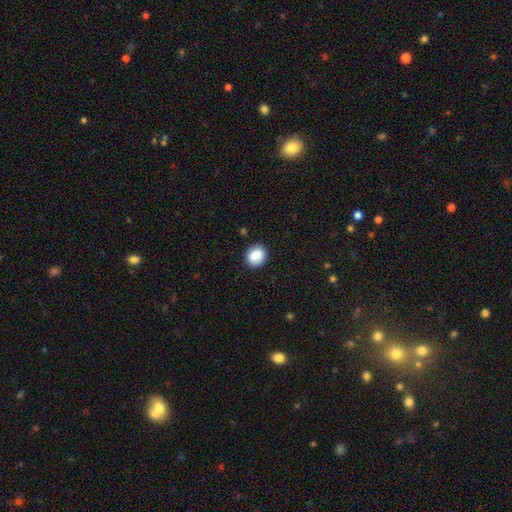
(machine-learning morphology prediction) type=smooth (87%); roundness=round (82%); merging=none (91%).